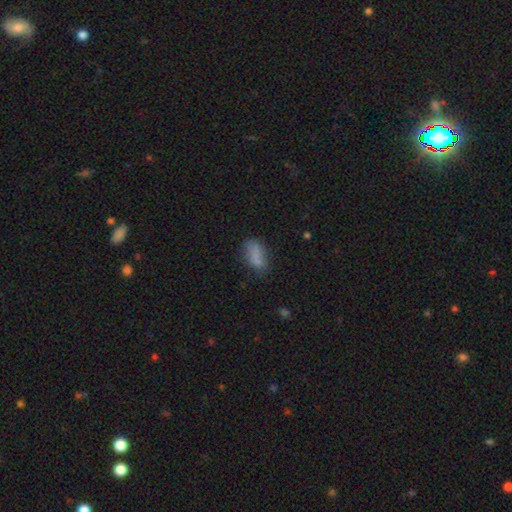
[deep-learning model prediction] Smooth or featured? smooth (77%)
How rounded? in between (87%)
Merging? none (59%)